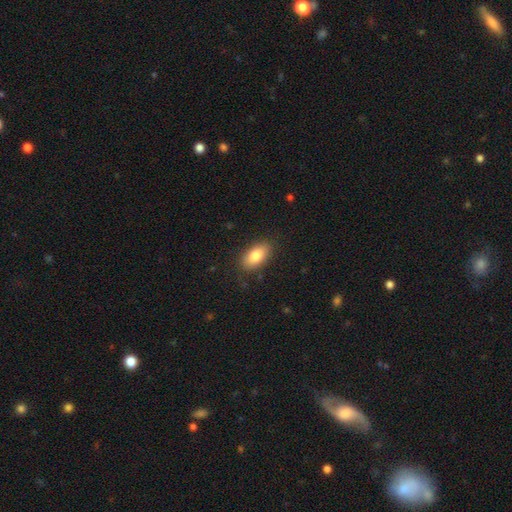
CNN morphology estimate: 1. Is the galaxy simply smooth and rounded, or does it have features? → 83% smooth, 10% featured or disk, 7% star or artifact.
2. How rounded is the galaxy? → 92% in between, 5% round, 4% cigar-shaped.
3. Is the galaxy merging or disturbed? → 85% none, 11% minor disturbance, 3% major disturbance, 1% merger.